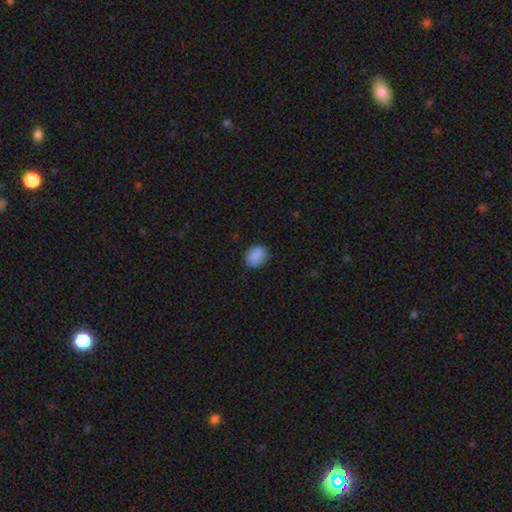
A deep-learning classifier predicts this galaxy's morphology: This appears to be a smooth galaxy with no disk features (87%) that is round (52%). Merging: none (80%).